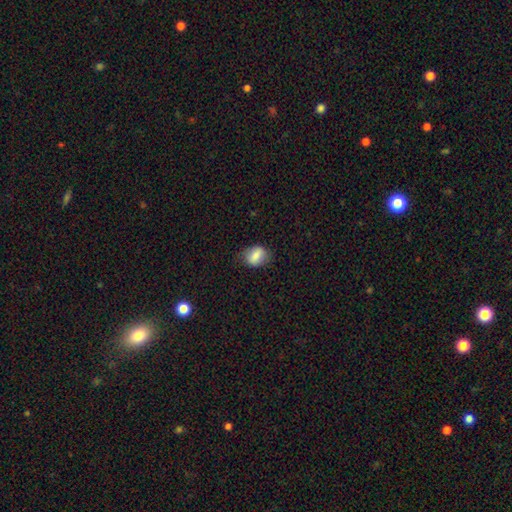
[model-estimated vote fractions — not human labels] smooth 78%, featured or disk 14%, star or artifact 8%. Down the decision tree: how rounded — in between (68%); merging — none (74%).